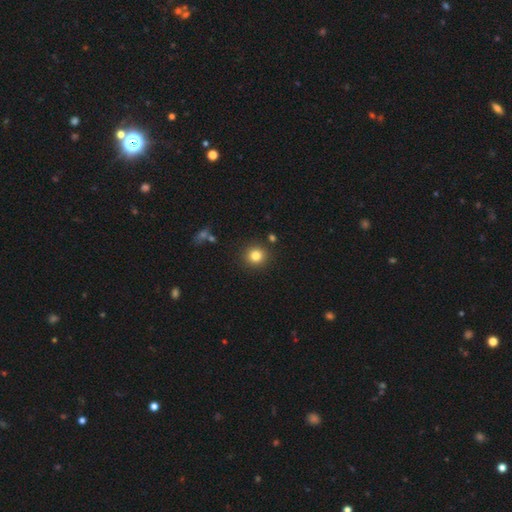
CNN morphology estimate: Overall: smooth (82%). How rounded: round (91%). Merging: none (89%).